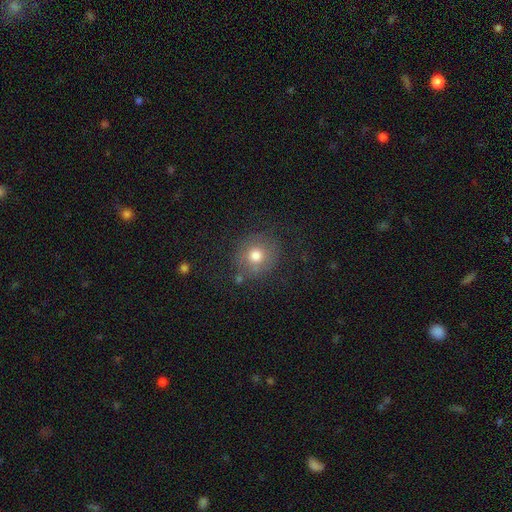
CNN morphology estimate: type=smooth (71%); roundness=round (85%); merging=none (74%).